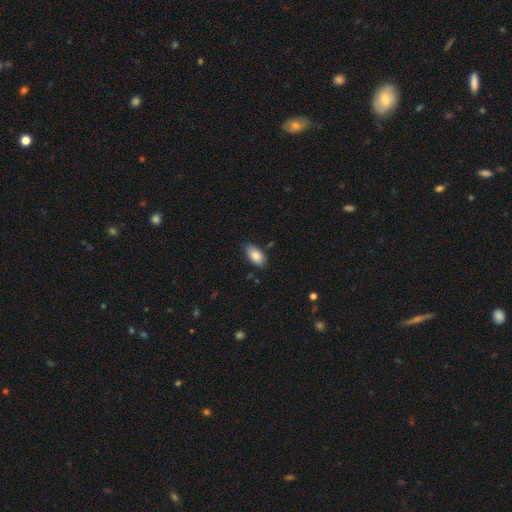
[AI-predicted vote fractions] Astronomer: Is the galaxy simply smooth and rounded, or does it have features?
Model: smooth — 84%.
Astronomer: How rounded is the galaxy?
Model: in between — 94%.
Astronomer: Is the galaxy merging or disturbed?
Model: none — 82%.